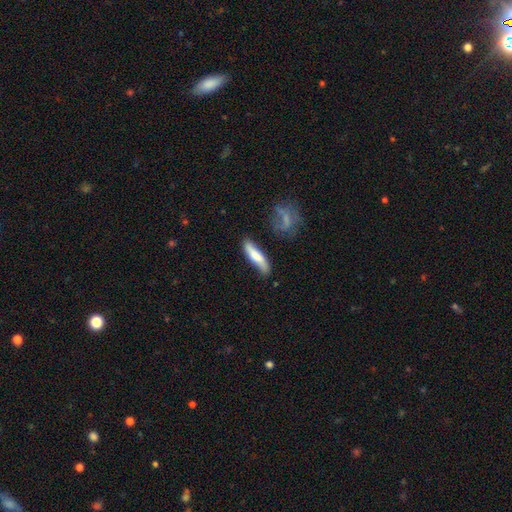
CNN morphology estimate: A smooth galaxy with no disk features (69%) that is cigar-shaped (76%).

Vote fractions:
- Smooth or featured? smooth: 69% / featured or disk: 25% / star or artifact: 6%
- How rounded? cigar-shaped: 76% / in between: 22% / round: 2%
- Merging? none: 71% / minor disturbance: 20% / major disturbance: 5% / merger: 4%